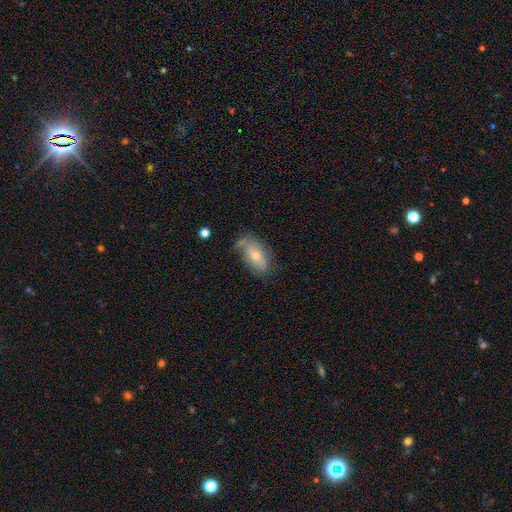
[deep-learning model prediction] Overall: smooth (66%; featured or disk 27%). How rounded: in between (91%). Merging: none (55%; minor disturbance 29%).